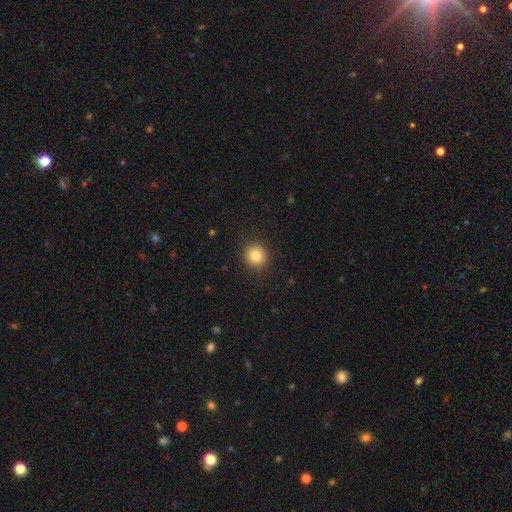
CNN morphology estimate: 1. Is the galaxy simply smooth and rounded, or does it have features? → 83% smooth, 10% star or artifact, 7% featured or disk.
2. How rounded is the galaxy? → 87% round, 12% in between, 1% cigar-shaped.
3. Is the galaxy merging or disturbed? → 91% none, 6% minor disturbance, 2% major disturbance, 1% merger.